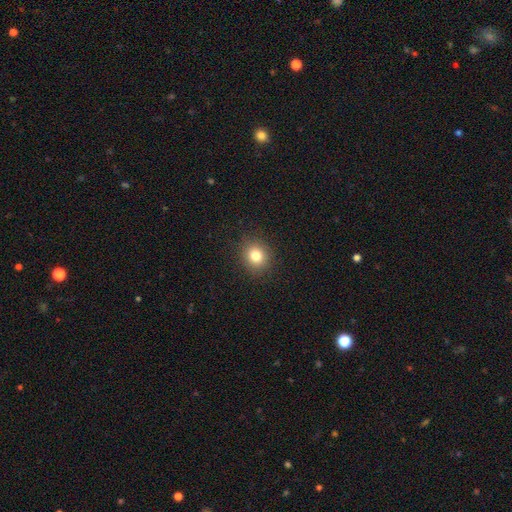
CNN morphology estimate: A smooth galaxy with no disk features (81%) that is round (77%).

Vote fractions:
- Smooth or featured? smooth: 81% / star or artifact: 12% / featured or disk: 7%
- How rounded? round: 77% / in between: 22% / cigar-shaped: 1%
- Merging? none: 89% / minor disturbance: 7% / major disturbance: 2% / merger: 1%